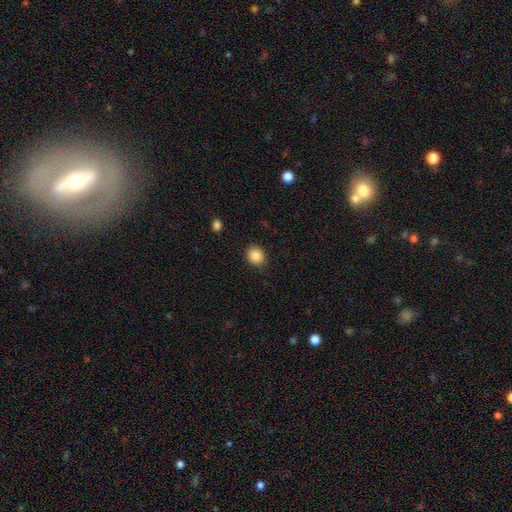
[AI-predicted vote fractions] Smooth or featured? smooth (87%)
How rounded? round (81%)
Merging? none (88%)